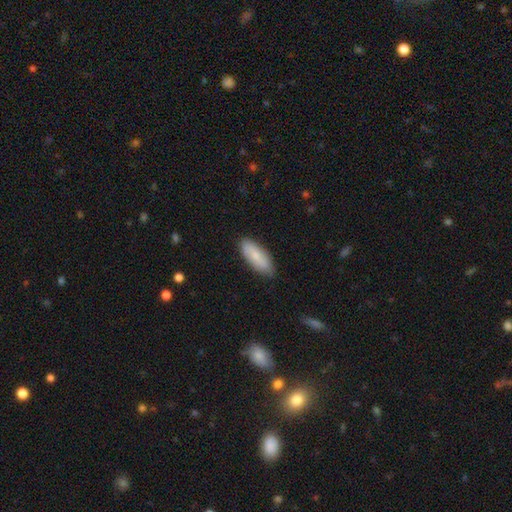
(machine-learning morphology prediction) smooth-or-featured: smooth: 76% | featured or disk: 18% | star or artifact: 6%
  how-rounded: in between: 77% | cigar-shaped: 22% | round: 2%
  merging: none: 84% | minor disturbance: 12% | major disturbance: 2% | merger: 1%